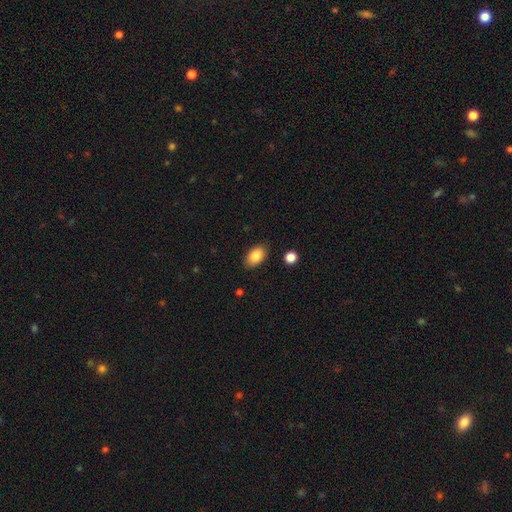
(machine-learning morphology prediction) Q: Smooth or featured?
A: smooth (87%); runner-up: star or artifact (7%)
Q: How rounded?
A: in between (92%); runner-up: round (7%)
Q: Merging?
A: none (84%); runner-up: minor disturbance (11%)